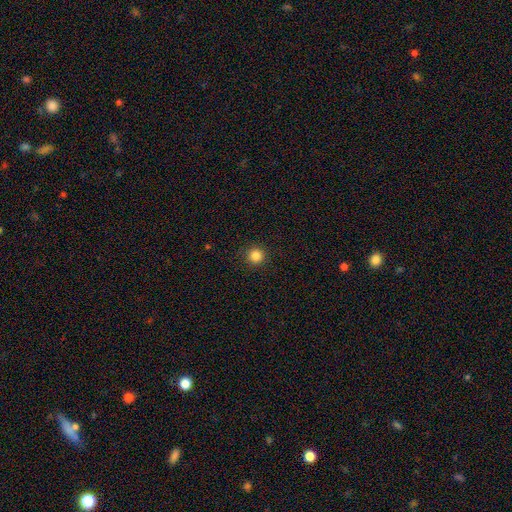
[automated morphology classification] Smooth or featured?
  - smooth: 84% *
  - star or artifact: 12%
  - featured or disk: 4%
How rounded?
  - round: 95% *
  - in between: 4%
  - cigar-shaped: 1%
Merging?
  - none: 92% *
  - minor disturbance: 5%
  - major disturbance: 2%
  - merger: 1%